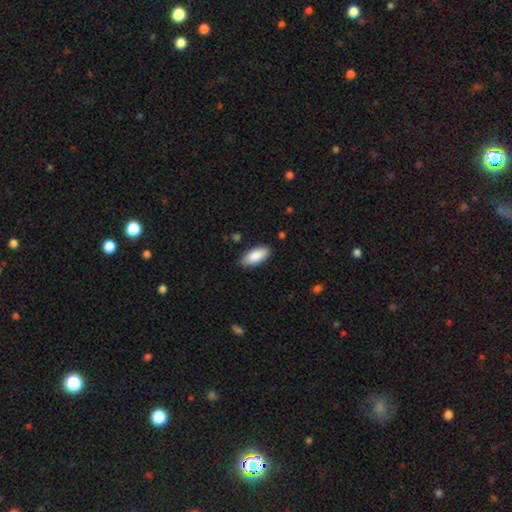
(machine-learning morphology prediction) Q: Smooth or featured?
A: smooth (88%); runner-up: featured or disk (6%)
Q: How rounded?
A: in between (89%); runner-up: cigar-shaped (10%)
Q: Merging?
A: none (85%); runner-up: minor disturbance (12%)